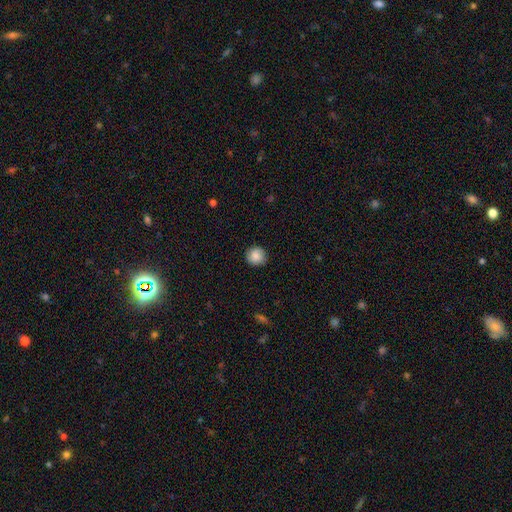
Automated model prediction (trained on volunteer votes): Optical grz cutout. It shows a smooth galaxy with no disk features (85%) that is round (89%). Merging: none (87%).